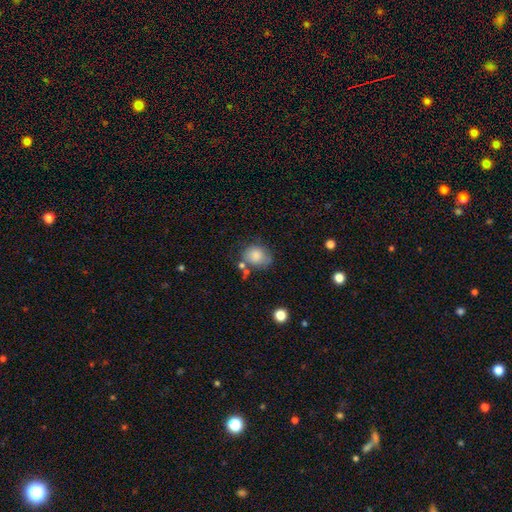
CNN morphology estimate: The model was most divided on "how rounded": round: 54%, in between: 45%, cigar-shaped: 1%. More confident: smooth or featured — smooth (82%); merging — none (56%).